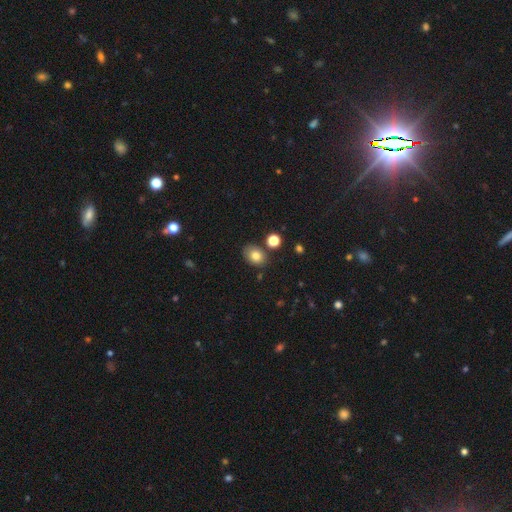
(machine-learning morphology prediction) type=smooth (80%); roundness=in between (67%); merging=none (76%).